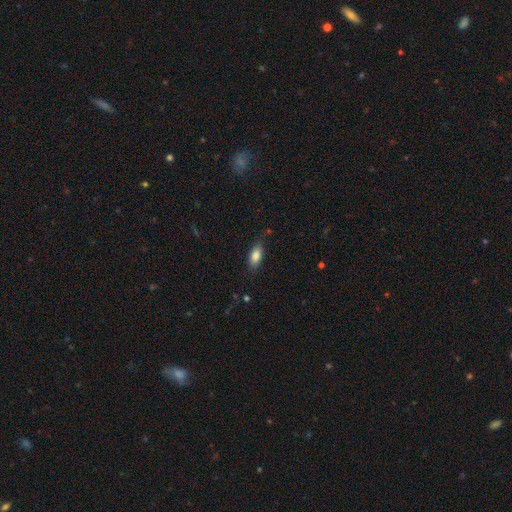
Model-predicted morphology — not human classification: smooth-or-featured: smooth: 83% | featured or disk: 9% | star or artifact: 8%
  how-rounded: in between: 86% | cigar-shaped: 11% | round: 4%
  merging: none: 77% | minor disturbance: 18% | major disturbance: 4% | merger: 1%